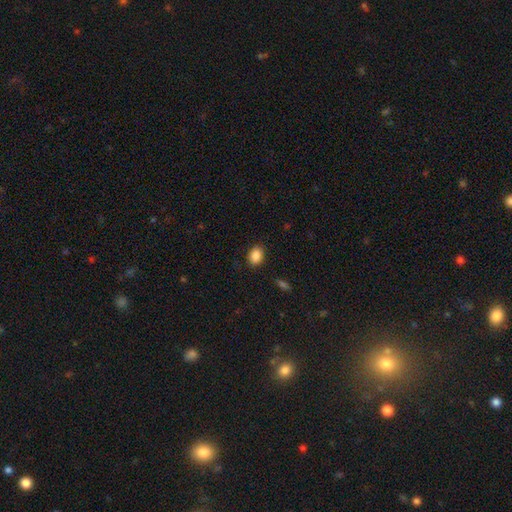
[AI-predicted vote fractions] This appears to be a smooth galaxy with no disk features (88%) that is in between round and cigar-shaped (67%). Merging: none (87%).